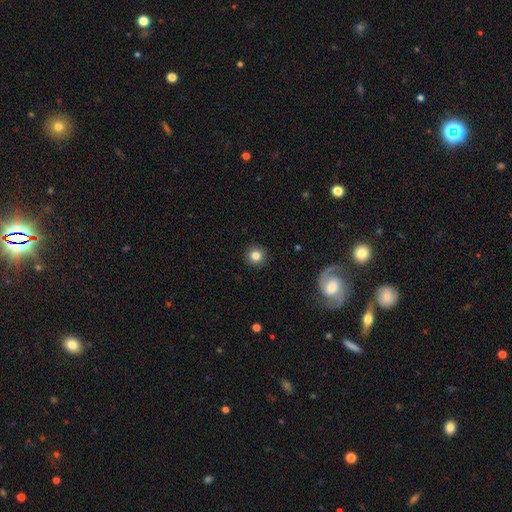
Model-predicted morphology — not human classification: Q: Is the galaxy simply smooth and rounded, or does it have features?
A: smooth — 83%.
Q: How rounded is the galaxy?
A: round — 94%.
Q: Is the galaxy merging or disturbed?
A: none — 92%.